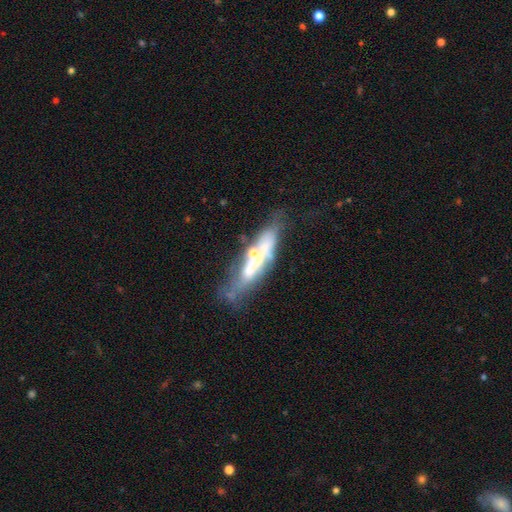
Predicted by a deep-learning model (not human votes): smooth_or_featured: featured or disk (p=0.63) [alt: smooth p=0.27]
disk_edge_on: yes (p=0.50) [tied with: no p=0.50]
merging: none (p=0.45) [alt: minor disturbance p=0.22]